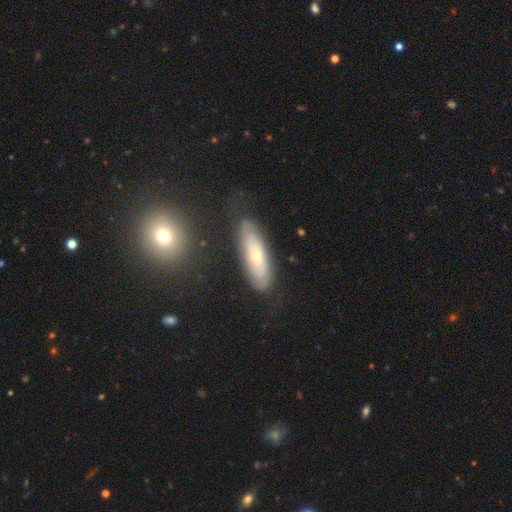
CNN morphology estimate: This appears to be a featured or disk galaxy (63%) with no bar (80%), spiral arms (67%) and a small central bulge (58%). Merging: none (76%).